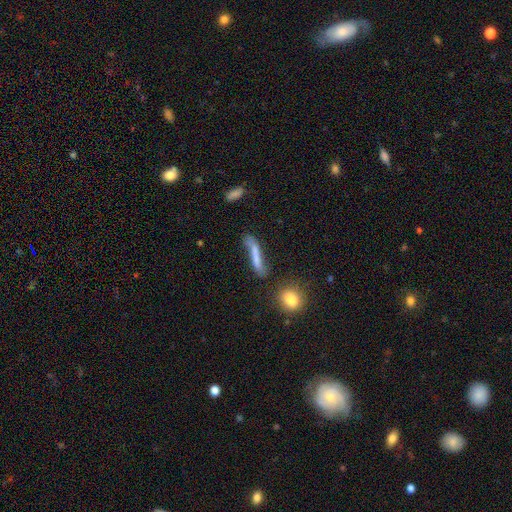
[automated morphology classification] Overall: smooth (61%; featured or disk 30%). How rounded: cigar-shaped (86%). Merging: none (49%; minor disturbance 24%).